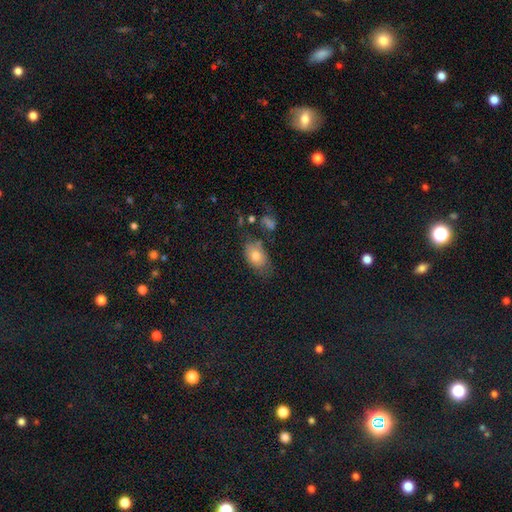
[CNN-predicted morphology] This appears to be a smooth galaxy with no disk features (74%) that is in between round and cigar-shaped (83%). Merging: none (58%).